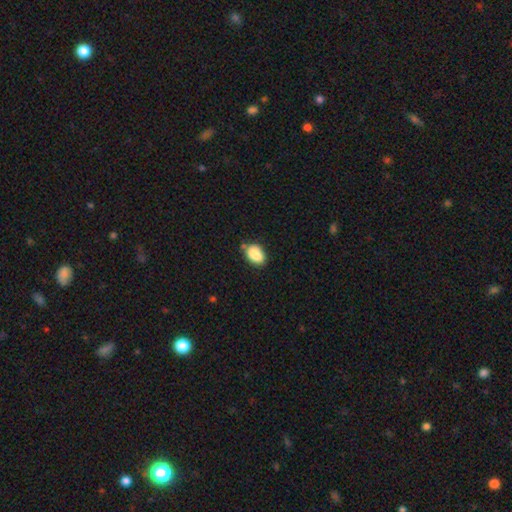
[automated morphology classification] Smooth or featured? Predicted: smooth (p=0.86). How rounded? Predicted: in between (p=0.85). Merging? Predicted: none (p=0.65).